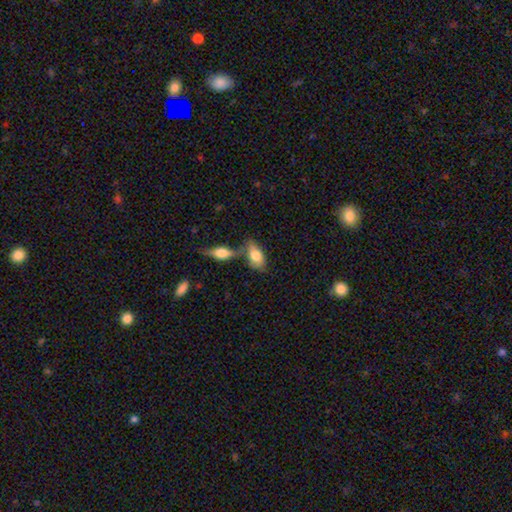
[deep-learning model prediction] smooth 74%, featured or disk 19%, star or artifact 6%. Down the decision tree: how rounded — in between (89%); merging — none (42%).